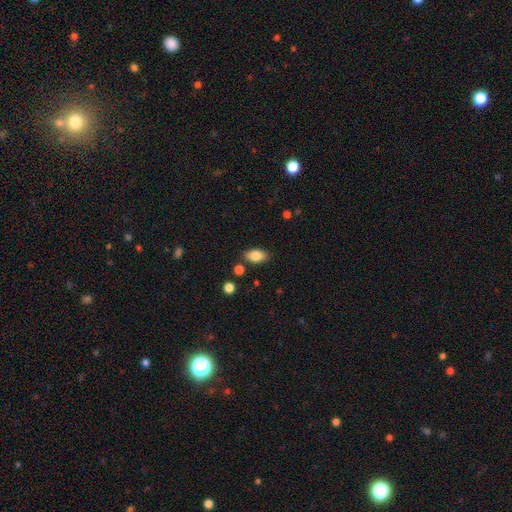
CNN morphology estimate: This is clearly a smooth galaxy (82%). How rounded: clearly in between (90%). Merging: clearly none (83%).